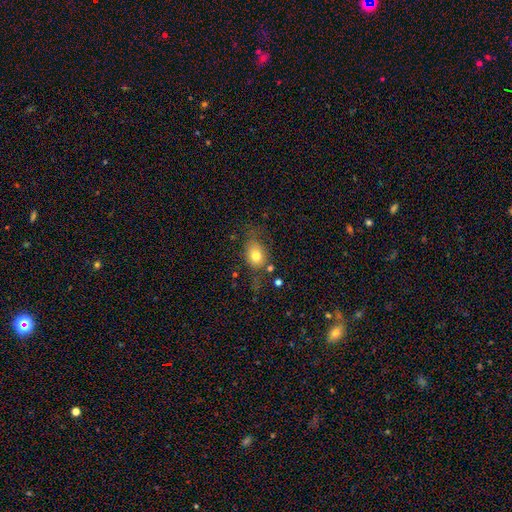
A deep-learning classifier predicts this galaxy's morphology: Smooth or featured? smooth (75%)
How rounded? in between (60%)
Merging? none (54%)